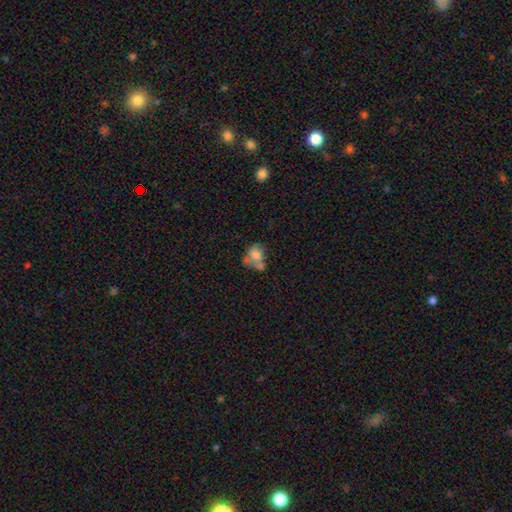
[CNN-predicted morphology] Smooth or featured: smooth — 62% (featured or disk — 27%)
How rounded: in between — 61% (round — 38%)
Merging: merger — 44% (none — 23%)